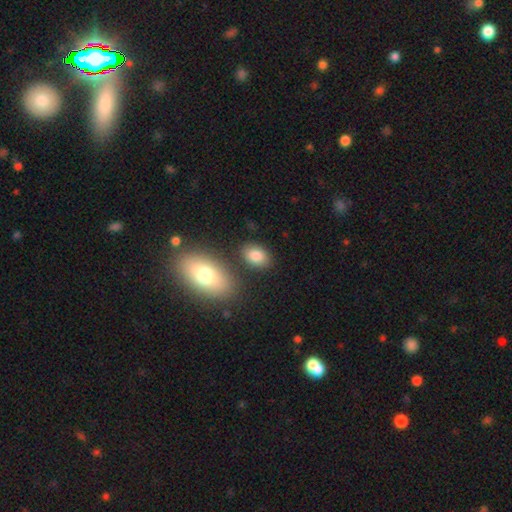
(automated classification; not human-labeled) A smooth galaxy with no disk features (84%) that is in between round and cigar-shaped (84%).

Vote fractions:
- Smooth or featured? smooth: 84% / star or artifact: 8% / featured or disk: 8%
- How rounded? in between: 84% / round: 14% / cigar-shaped: 1%
- Merging? none: 79% / minor disturbance: 11% / merger: 6% / major disturbance: 3%